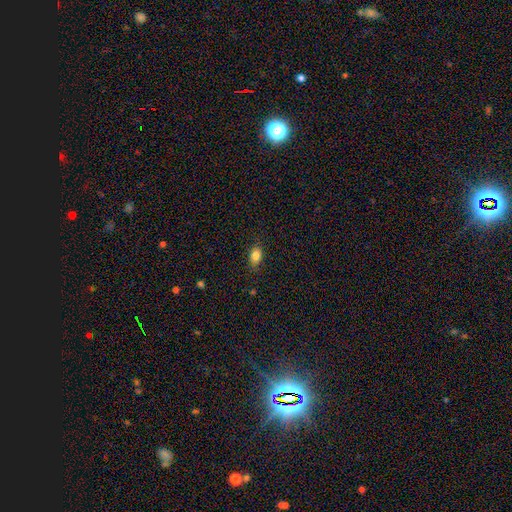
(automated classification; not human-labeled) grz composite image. It shows a smooth galaxy with no disk features (84%) that is in between round and cigar-shaped (79%). Merging: none (85%).